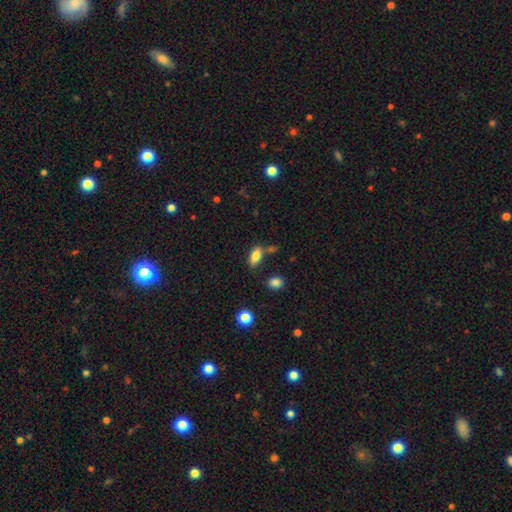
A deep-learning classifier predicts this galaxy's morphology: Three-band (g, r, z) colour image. It shows a smooth galaxy with no disk features (81%) that is in between round and cigar-shaped (87%). Merging: none (69%).